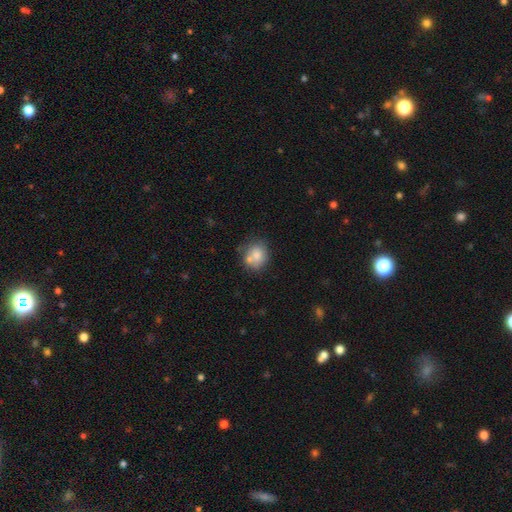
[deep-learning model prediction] This appears to be a smooth galaxy with no disk features (76%) that is round (68%). Merging: none (55%).